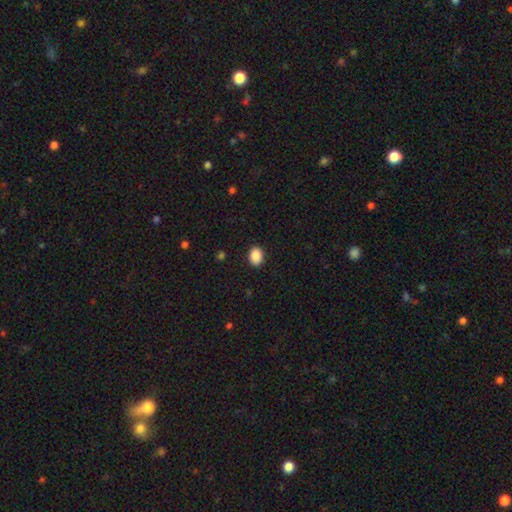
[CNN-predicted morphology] Smooth or featured: smooth — 90% (star or artifact — 8%)
How rounded: in between — 70% (round — 29%)
Merging: none — 90% (minor disturbance — 7%)